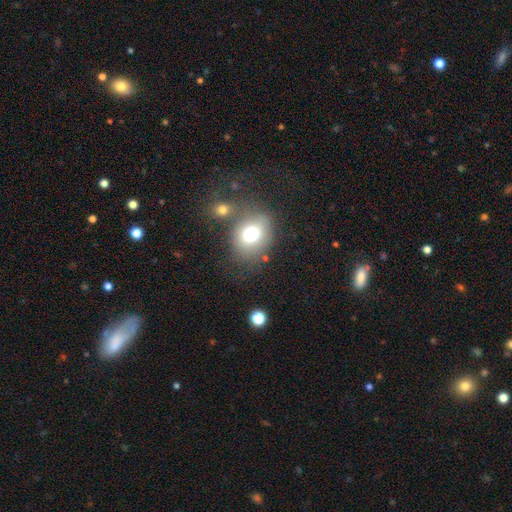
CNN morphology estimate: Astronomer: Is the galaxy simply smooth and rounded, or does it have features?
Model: smooth — 65%.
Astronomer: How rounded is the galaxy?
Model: round — 53% (runner-up: in between, 46%).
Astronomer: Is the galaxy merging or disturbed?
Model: none — 56%.